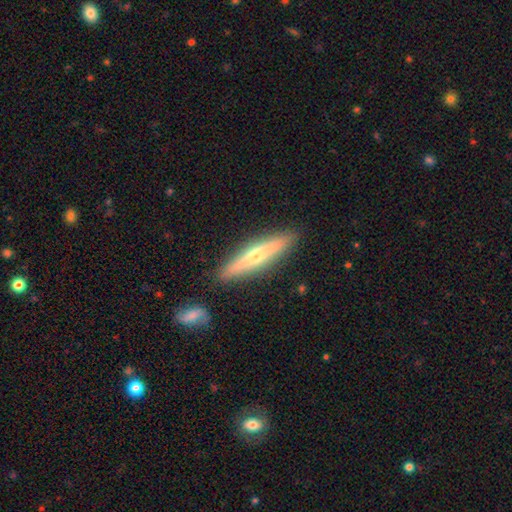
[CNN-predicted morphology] This appears to be a featured or disk galaxy (56%) viewed edge-on (92%) with a rounded central bulge (84%). Merging: none (87%).